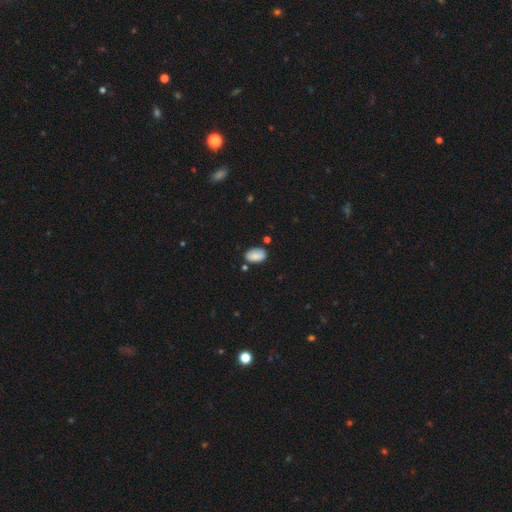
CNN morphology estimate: Q: Smooth or featured?
A: smooth (85%); runner-up: featured or disk (8%)
Q: How rounded?
A: in between (92%); runner-up: round (6%)
Q: Merging?
A: none (75%); runner-up: minor disturbance (17%)